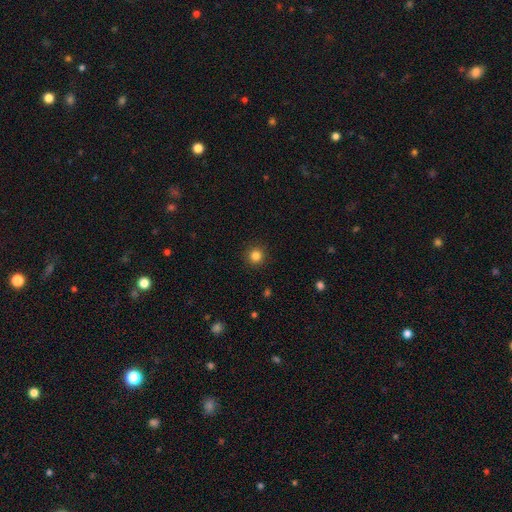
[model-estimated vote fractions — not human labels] A smooth galaxy with no disk features (84%) that is round (95%). Merging: none (92%).